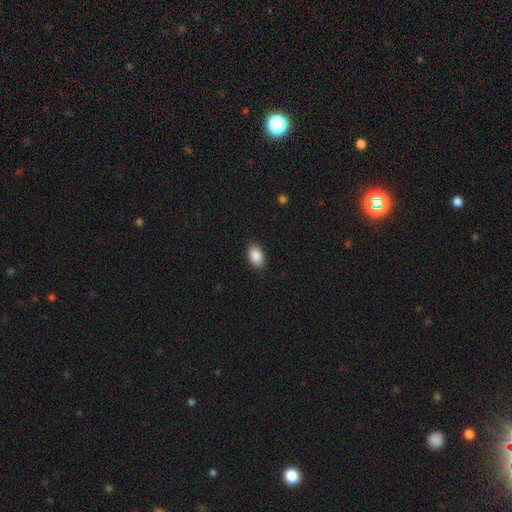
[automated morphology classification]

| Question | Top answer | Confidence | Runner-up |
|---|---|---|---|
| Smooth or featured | smooth | 89% | star or artifact (7%) |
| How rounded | in between | 90% | round (9%) |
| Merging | none | 90% | minor disturbance (7%) |